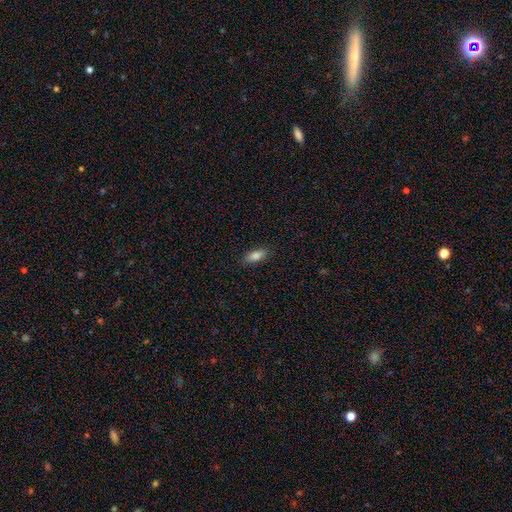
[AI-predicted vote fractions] This appears to be a smooth galaxy with no disk features (85%) that is in between round and cigar-shaped (82%). Merging: none (88%).